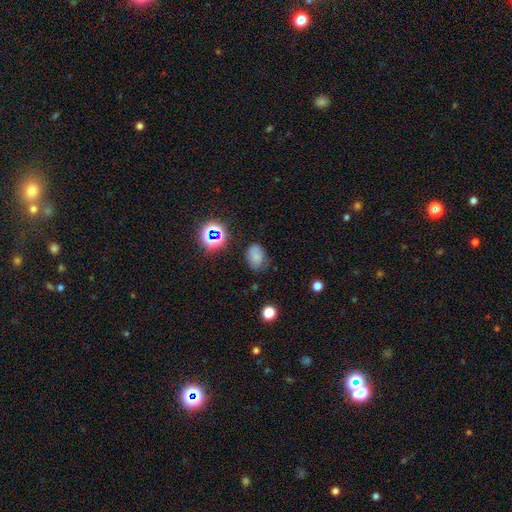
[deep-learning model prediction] Smooth or featured: smooth — 63% (star or artifact — 19%)
How rounded: in between — 75% (round — 24%)
Merging: none — 61% (minor disturbance — 27%)